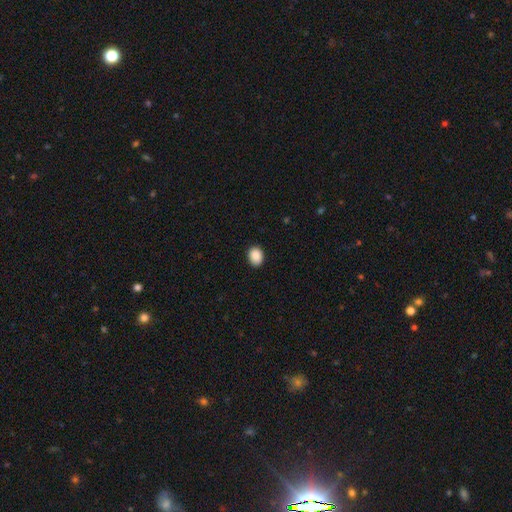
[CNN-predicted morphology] Smooth or featured? smooth (90%)
How rounded? in between (55%)
Merging? none (90%)